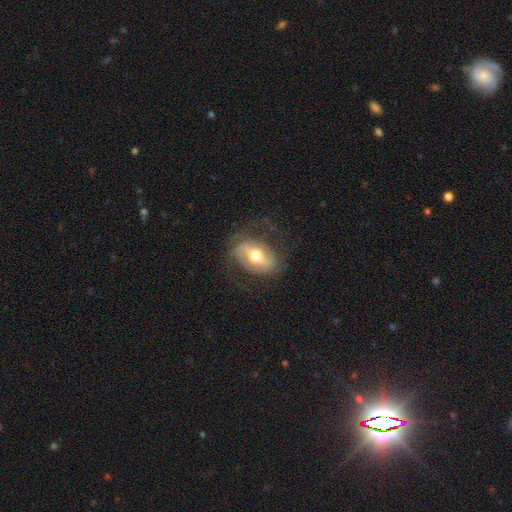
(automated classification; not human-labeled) Q: Smooth or featured?
A: featured or disk (64%); runner-up: smooth (29%)
Q: Edge-on disk?
A: no (93%); runner-up: yes (7%)
Q: Bar?
A: weak (37%); runner-up: strong (36%)
Q: Spiral arms?
A: yes (65%); runner-up: no (35%)
Q: Bulge size?
A: moderate (70%); runner-up: large (18%)
Q: Merging?
A: none (67%); runner-up: minor disturbance (18%)